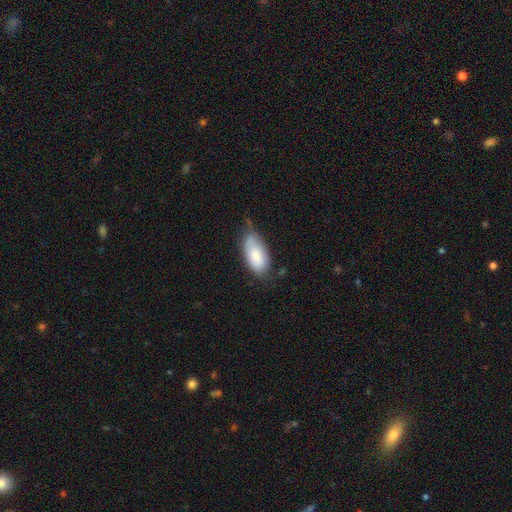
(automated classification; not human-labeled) A smooth galaxy with no disk features (77%) that is in between round and cigar-shaped (93%).

Vote fractions:
- Smooth or featured? smooth: 77% / featured or disk: 17% / star or artifact: 6%
- How rounded? in between: 93% / cigar-shaped: 4% / round: 3%
- Merging? none: 53% / minor disturbance: 35% / major disturbance: 8% / merger: 3%